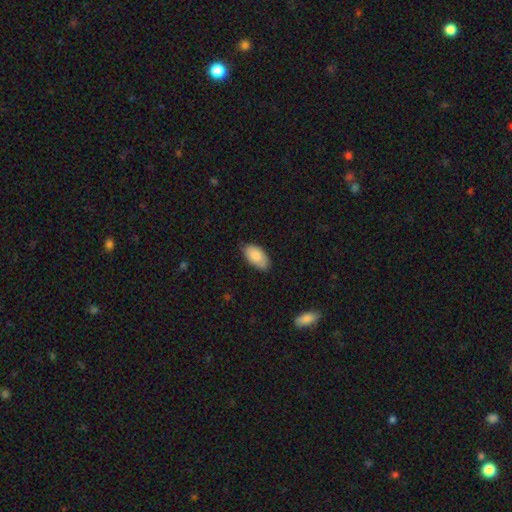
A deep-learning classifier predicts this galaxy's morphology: Q: Smooth or featured?
A: smooth (84%); runner-up: featured or disk (9%)
Q: How rounded?
A: in between (94%); runner-up: round (3%)
Q: Merging?
A: none (73%); runner-up: minor disturbance (22%)